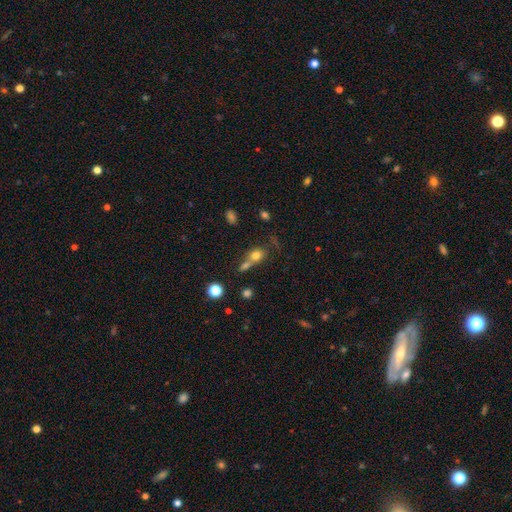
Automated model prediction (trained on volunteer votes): This is likely a smooth galaxy (73%). How rounded: possibly round (58%). Merging: possibly merger (49%).